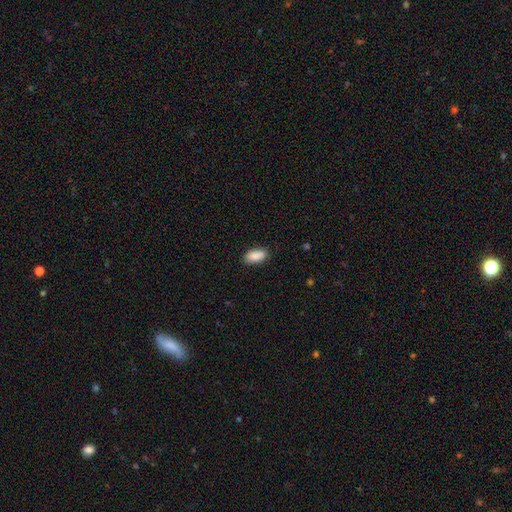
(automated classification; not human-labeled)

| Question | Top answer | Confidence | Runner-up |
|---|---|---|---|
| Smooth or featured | smooth | 90% | star or artifact (6%) |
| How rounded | in between | 91% | cigar-shaped (7%) |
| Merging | none | 87% | minor disturbance (10%) |